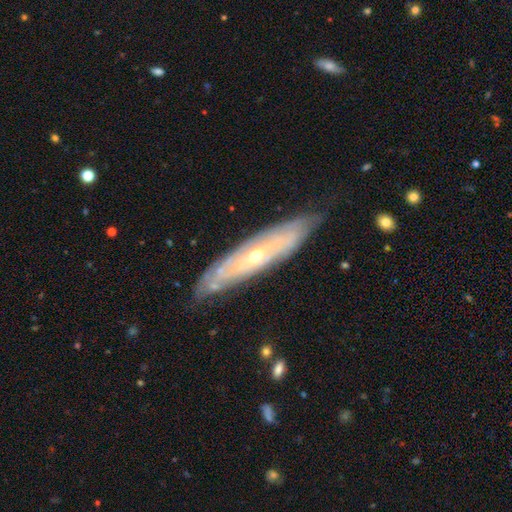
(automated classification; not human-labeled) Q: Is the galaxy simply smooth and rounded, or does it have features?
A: featured or disk — 76%.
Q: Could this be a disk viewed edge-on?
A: no — 60%.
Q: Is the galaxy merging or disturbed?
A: none — 78%.